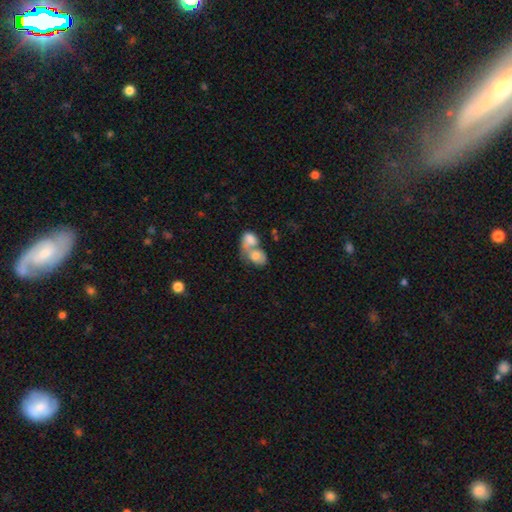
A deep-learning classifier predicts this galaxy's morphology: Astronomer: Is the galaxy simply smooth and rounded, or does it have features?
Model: smooth — 70%.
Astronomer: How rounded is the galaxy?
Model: in between — 71%.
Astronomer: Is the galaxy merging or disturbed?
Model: merger — 76%.